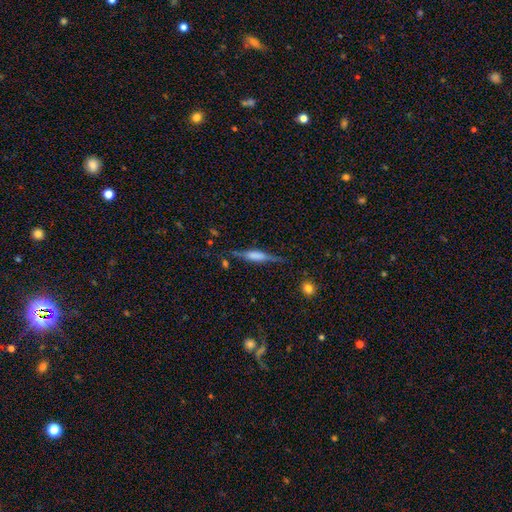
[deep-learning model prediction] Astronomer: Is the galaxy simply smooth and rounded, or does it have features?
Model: featured or disk — 61%.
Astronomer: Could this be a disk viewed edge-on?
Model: yes — 95%.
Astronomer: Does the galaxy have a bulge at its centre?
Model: boxy — 50% (runner-up: rounded, 39%).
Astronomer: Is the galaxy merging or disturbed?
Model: none — 77%.